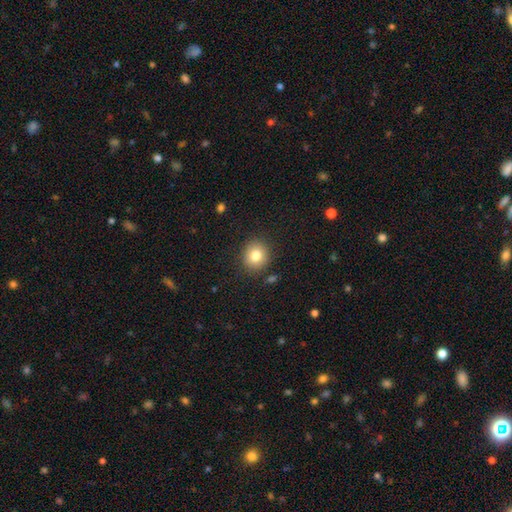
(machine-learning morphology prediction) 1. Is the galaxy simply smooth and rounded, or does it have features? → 80% smooth, 11% star or artifact, 10% featured or disk.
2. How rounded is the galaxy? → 82% round, 17% in between, 1% cigar-shaped.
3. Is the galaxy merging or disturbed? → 87% none, 8% minor disturbance, 3% major disturbance, 2% merger.